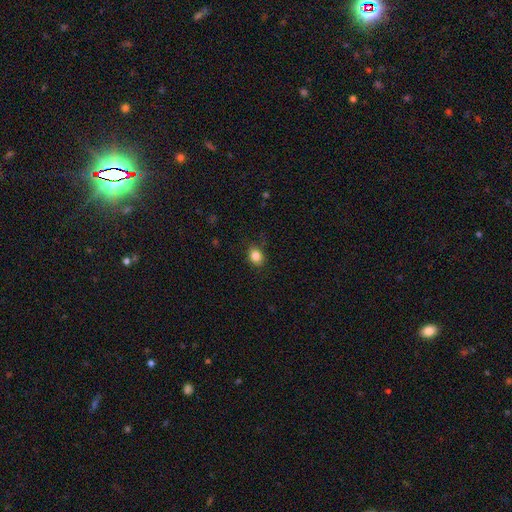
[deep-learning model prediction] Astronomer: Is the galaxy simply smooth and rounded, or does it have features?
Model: smooth — 84%.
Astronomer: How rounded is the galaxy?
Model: round — 52% (runner-up: in between, 47%).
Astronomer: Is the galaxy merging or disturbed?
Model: none — 83%.